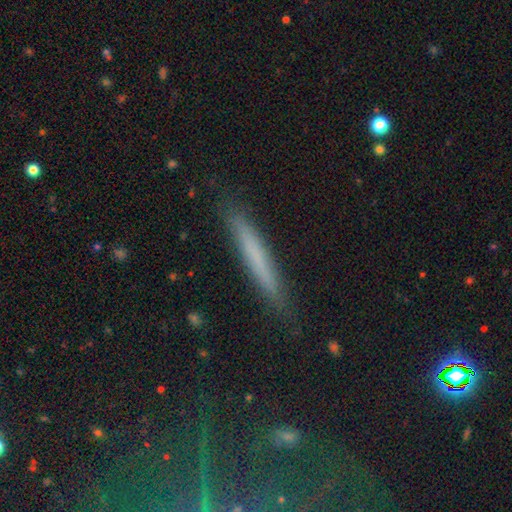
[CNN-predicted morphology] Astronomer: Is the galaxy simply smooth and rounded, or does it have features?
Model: smooth — 60%.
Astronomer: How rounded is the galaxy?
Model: cigar-shaped — 96%.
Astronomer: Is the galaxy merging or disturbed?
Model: none — 88%.